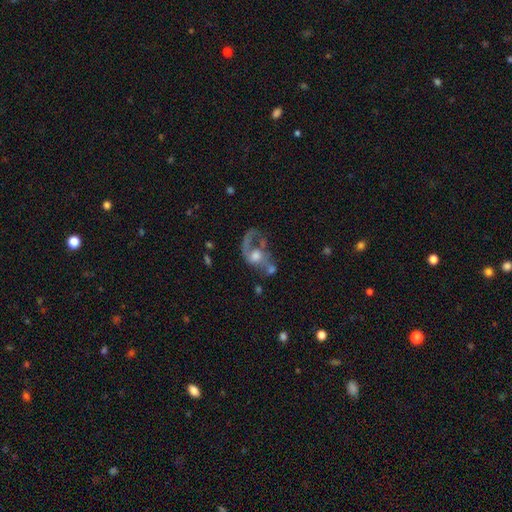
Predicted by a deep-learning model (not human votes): This is likely a featured or disk galaxy (68%). It is clearly not viewed edge-on (96%). Bar: likely no (74%). Spiral arm pattern: likely yes (70%). Central bulge: possibly moderate (55%). Merging: marginally major disturbance (38%).